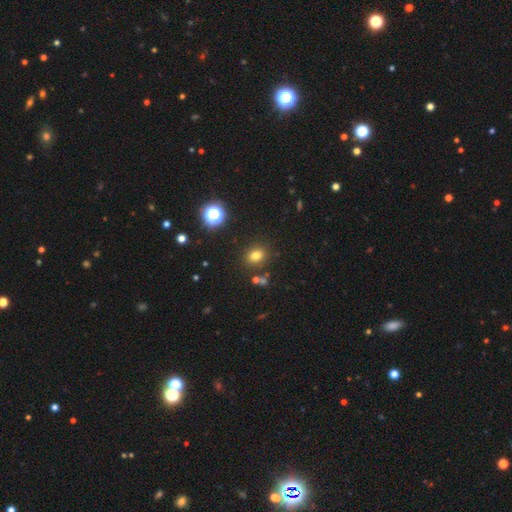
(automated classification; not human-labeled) Overall: smooth (75%). How rounded: round (60%; in between 39%). Merging: none (84%).